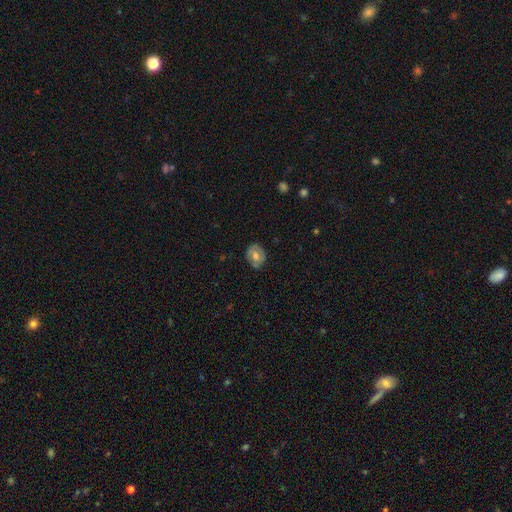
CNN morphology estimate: smooth_or_featured: smooth (p=0.55) [alt: featured or disk p=0.38]
how_rounded: round (p=0.59) [alt: in between p=0.40]
merging: none (p=0.74) [alt: minor disturbance p=0.20]